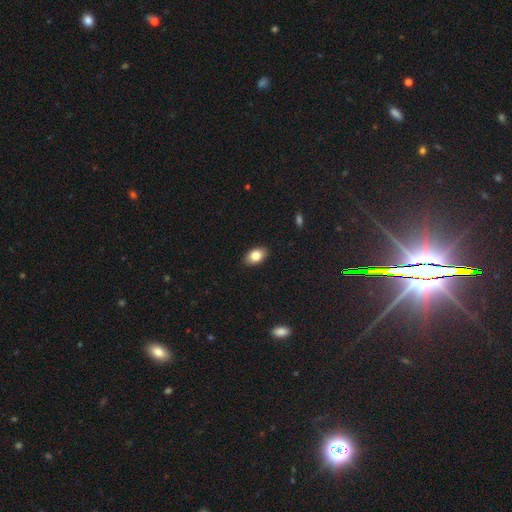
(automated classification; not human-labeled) A smooth galaxy with no disk features (83%) that is in between round and cigar-shaped (88%).

Vote fractions:
- Smooth or featured? smooth: 83% / featured or disk: 9% / star or artifact: 8%
- How rounded? in between: 88% / round: 11% / cigar-shaped: 1%
- Merging? none: 88% / minor disturbance: 9% / major disturbance: 2% / merger: 1%